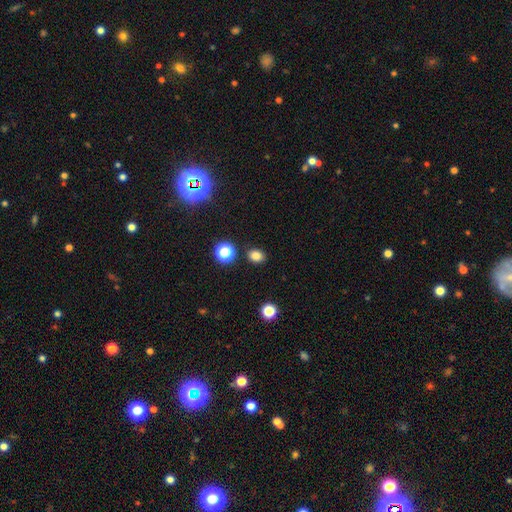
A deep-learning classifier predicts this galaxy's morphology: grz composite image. It shows a smooth galaxy with no disk features (81%) that is round (53%). Merging: none (86%).